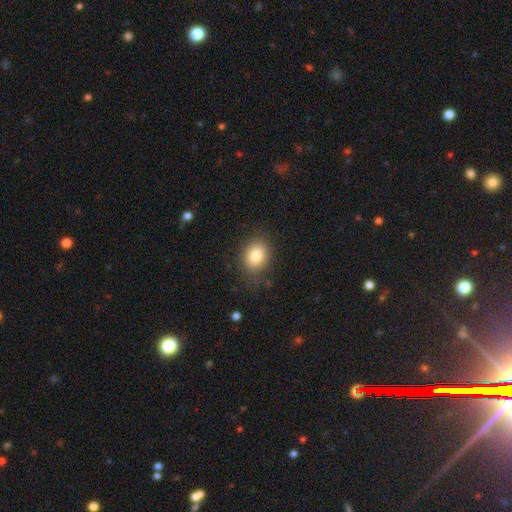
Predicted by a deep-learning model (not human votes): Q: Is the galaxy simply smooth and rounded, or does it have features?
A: smooth — 84%.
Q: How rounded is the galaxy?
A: in between — 60%.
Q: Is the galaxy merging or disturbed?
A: none — 80%.